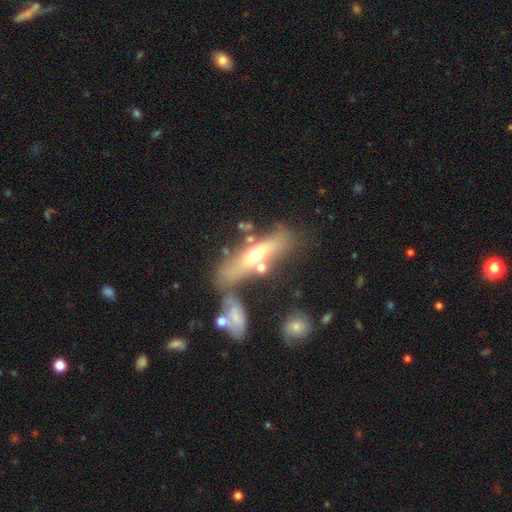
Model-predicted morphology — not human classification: featured or disk 51%, smooth 41%, star or artifact 8%. Down the decision tree: edge-on disk — yes (66%); merging — none (51%).